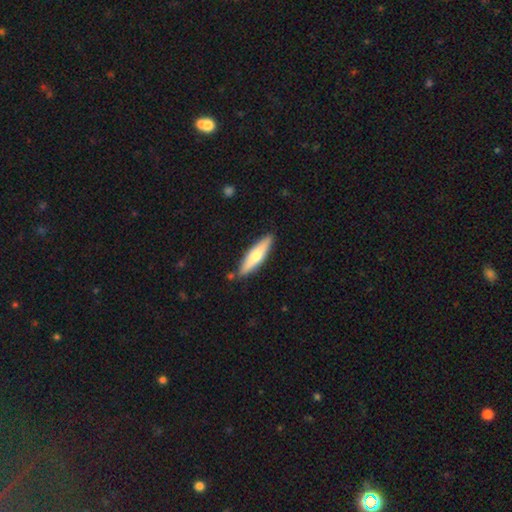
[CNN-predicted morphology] Smooth or featured?
  - smooth: 57% *
  - featured or disk: 38%
  - star or artifact: 5%
How rounded?
  - cigar-shaped: 72% *
  - in between: 27%
  - round: 2%
Merging?
  - none: 85% *
  - minor disturbance: 10%
  - merger: 3%
  - major disturbance: 2%